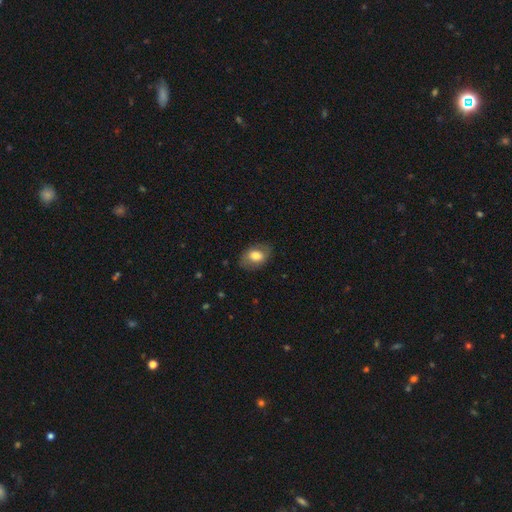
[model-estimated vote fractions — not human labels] Overall: smooth (74%). How rounded: in between (84%). Merging: none (78%).